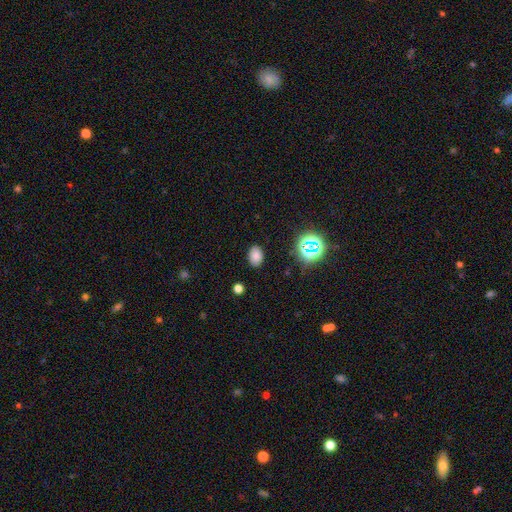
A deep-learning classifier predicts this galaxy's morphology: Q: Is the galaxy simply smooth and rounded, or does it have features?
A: smooth — 77%.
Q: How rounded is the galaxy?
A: in between — 81%.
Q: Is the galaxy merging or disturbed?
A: none — 85%.